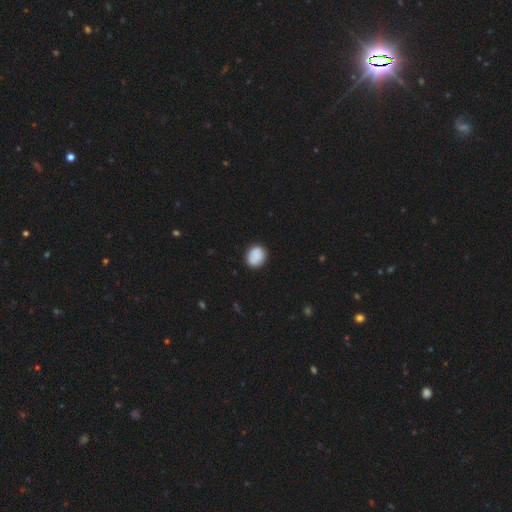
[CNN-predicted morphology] This appears to be a smooth galaxy with no disk features (85%) that is round (59%). Merging: none (82%).